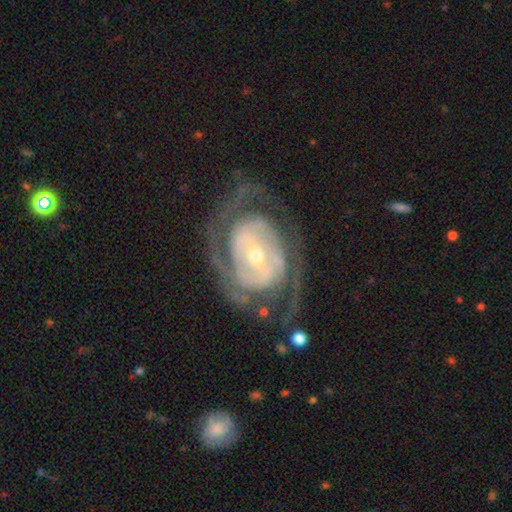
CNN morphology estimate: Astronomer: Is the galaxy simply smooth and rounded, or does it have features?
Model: featured or disk — 88%.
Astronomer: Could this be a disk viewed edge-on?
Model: no — 97%.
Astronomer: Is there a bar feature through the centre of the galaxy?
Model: no — 42% (runner-up: weak, 34%).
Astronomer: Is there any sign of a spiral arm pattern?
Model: yes — 92%.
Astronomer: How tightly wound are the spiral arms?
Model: tight — 55% (runner-up: medium, 35%).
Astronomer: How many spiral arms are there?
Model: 2 — 57%.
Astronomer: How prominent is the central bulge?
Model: small — 59% (runner-up: moderate, 36%).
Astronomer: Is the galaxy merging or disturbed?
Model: none — 68%.